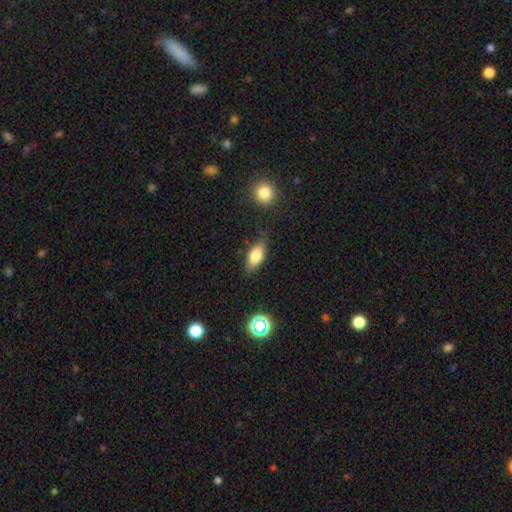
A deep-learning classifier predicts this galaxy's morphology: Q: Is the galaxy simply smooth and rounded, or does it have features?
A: smooth — 76%.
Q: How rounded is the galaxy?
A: in between — 82%.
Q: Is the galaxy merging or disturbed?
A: none — 77%.